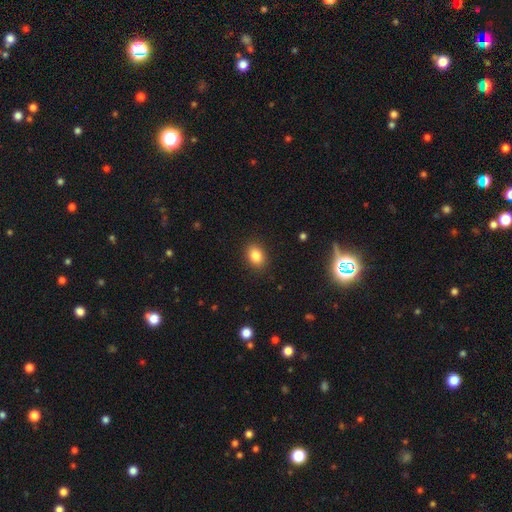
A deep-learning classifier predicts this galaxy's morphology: This is clearly a smooth galaxy (84%). How rounded: likely in between (70%). Merging: clearly none (88%).